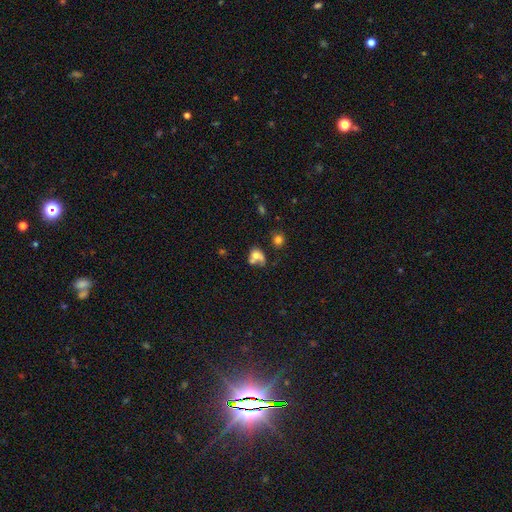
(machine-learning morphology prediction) smooth_or_featured: smooth (p=0.64) [alt: featured or disk p=0.23]
how_rounded: round (p=0.50) [alt: in between p=0.48]
merging: merger (p=0.45) [alt: none p=0.25]